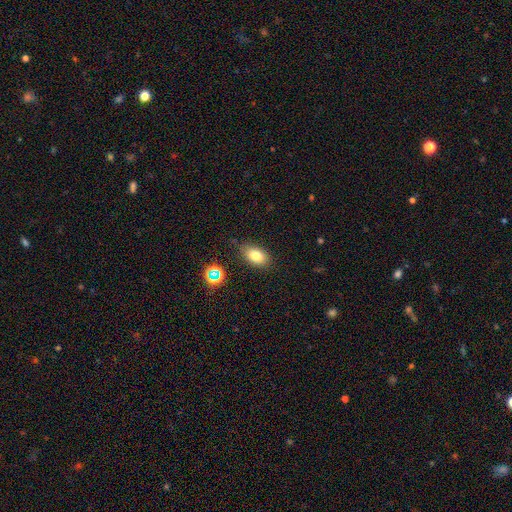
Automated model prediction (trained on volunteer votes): Q: Smooth or featured?
A: smooth (77%); runner-up: star or artifact (11%)
Q: How rounded?
A: in between (88%); runner-up: round (10%)
Q: Merging?
A: none (81%); runner-up: minor disturbance (13%)